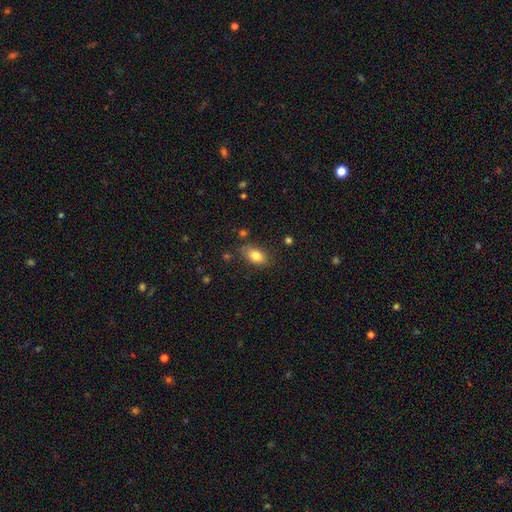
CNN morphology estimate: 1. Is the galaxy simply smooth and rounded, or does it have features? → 81% smooth, 11% featured or disk, 8% star or artifact.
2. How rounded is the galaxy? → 88% in between, 9% round, 2% cigar-shaped.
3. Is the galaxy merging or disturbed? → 78% none, 15% minor disturbance, 4% major disturbance, 3% merger.